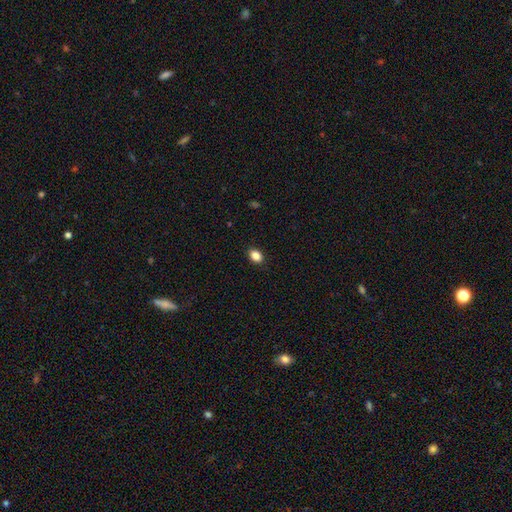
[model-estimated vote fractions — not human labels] A smooth galaxy with no disk features (87%) that is in between round and cigar-shaped (72%). Merging: none (90%).